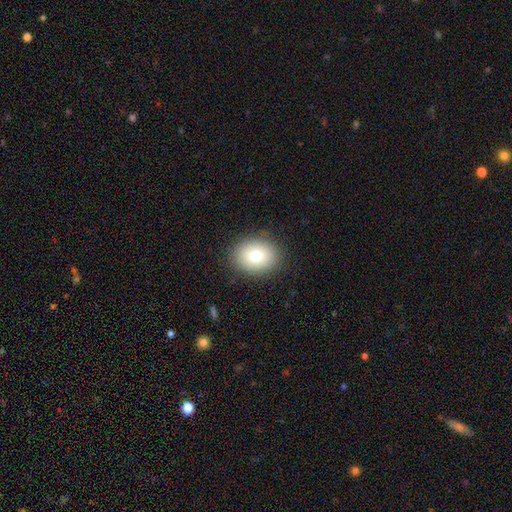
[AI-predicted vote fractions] smooth_or_featured: smooth (p=0.78) [alt: featured or disk p=0.12]
how_rounded: in between (p=0.53) [alt: round p=0.46]
merging: none (p=0.88) [alt: minor disturbance p=0.08]